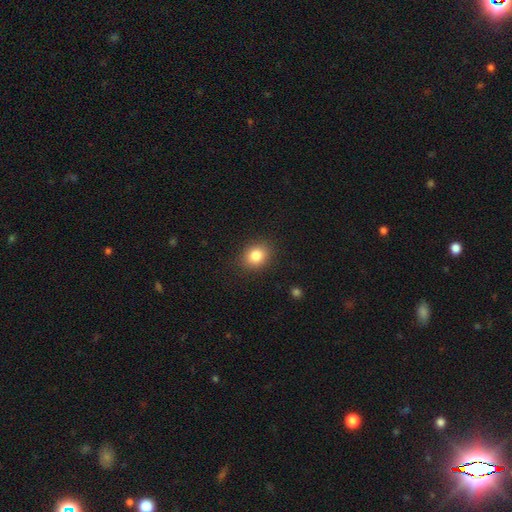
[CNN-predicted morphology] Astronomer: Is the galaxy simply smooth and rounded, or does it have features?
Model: smooth — 83%.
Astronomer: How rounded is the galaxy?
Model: round — 56% (runner-up: in between, 43%).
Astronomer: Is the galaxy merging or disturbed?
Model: none — 88%.